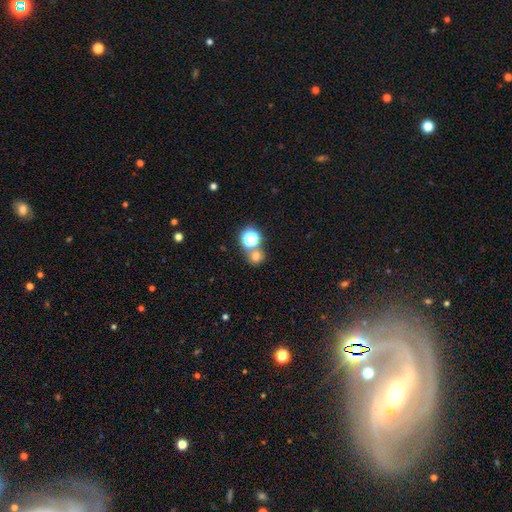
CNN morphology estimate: Smooth or featured? Predicted: smooth (p=0.67). How rounded? Predicted: round (p=0.86). Merging? Predicted: none (p=0.61).